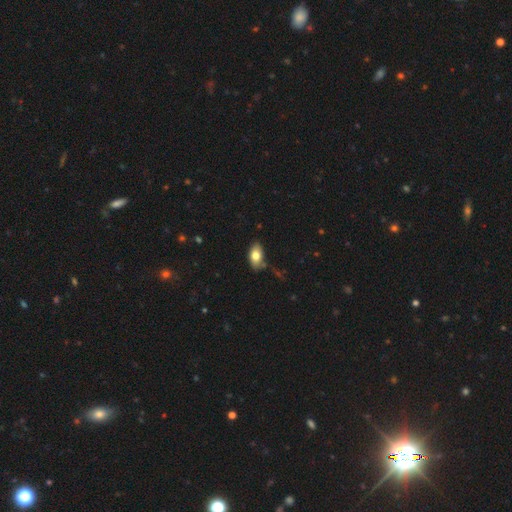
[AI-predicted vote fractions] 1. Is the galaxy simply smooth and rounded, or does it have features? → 78% smooth, 14% featured or disk, 7% star or artifact.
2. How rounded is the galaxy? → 92% in between, 6% round, 2% cigar-shaped.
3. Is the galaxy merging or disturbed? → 74% none, 18% minor disturbance, 5% merger, 4% major disturbance.